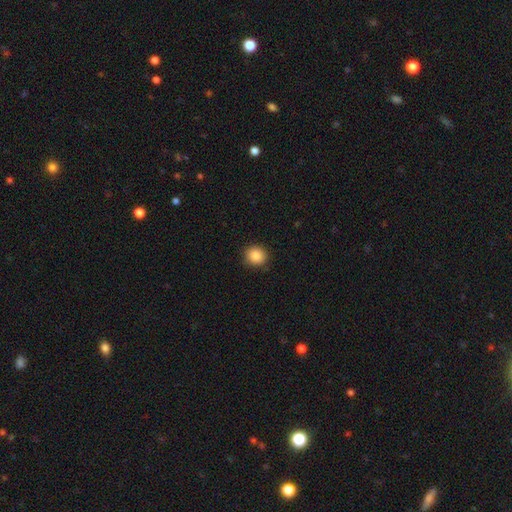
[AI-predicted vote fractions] Overall: smooth (88%). How rounded: round (84%). Merging: none (88%).